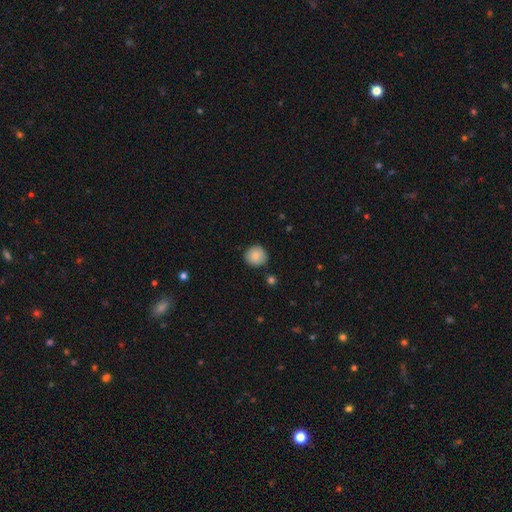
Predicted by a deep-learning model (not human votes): The model was most divided on "merging": none: 84%, minor disturbance: 12%, major disturbance: 2%, merger: 2%. More confident: how rounded — round (92%); smooth or featured — smooth (84%).